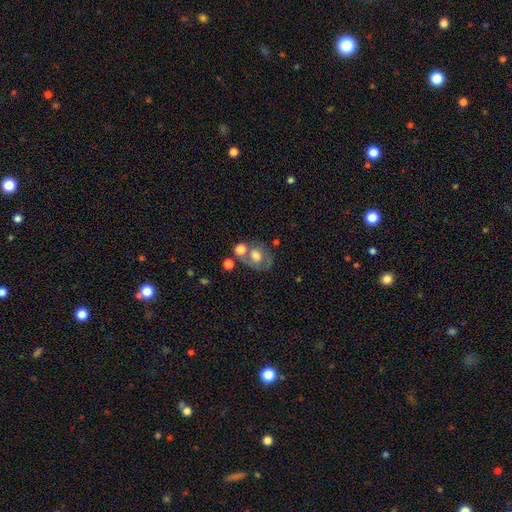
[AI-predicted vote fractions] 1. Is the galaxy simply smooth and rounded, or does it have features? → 54% smooth, 35% featured or disk, 11% star or artifact.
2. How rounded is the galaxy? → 56% round, 43% in between, 1% cigar-shaped.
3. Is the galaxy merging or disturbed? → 46% none, 28% merger, 16% minor disturbance, 10% major disturbance.